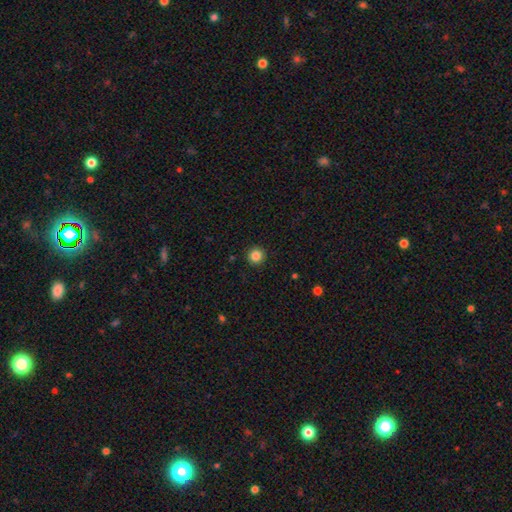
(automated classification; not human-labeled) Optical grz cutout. It shows a smooth galaxy with no disk features (85%) that is round (95%). Merging: none (93%).